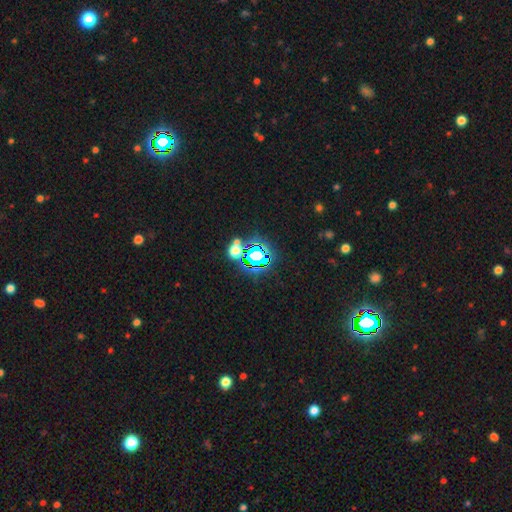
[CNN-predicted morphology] Smooth or featured?
  - star or artifact: 67% *
  - smooth: 22%
  - featured or disk: 11%